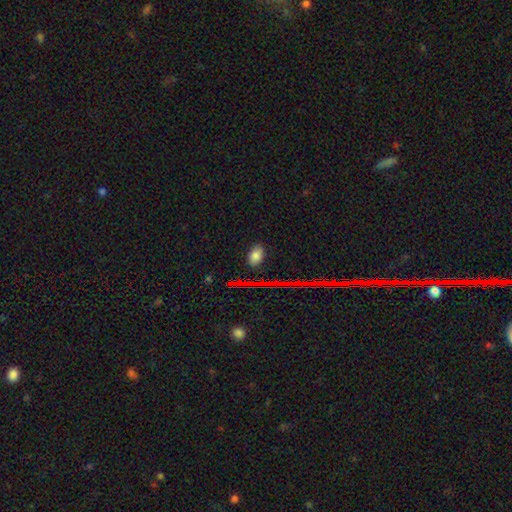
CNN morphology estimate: Smooth or featured: smooth — 75% (star or artifact — 17%)
How rounded: in between — 87% (round — 11%)
Merging: none — 85% (minor disturbance — 11%)